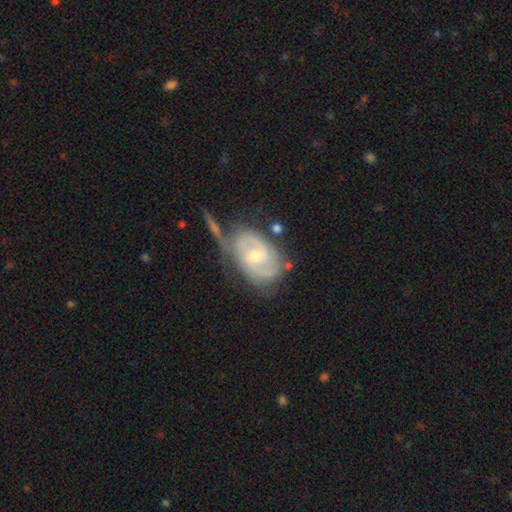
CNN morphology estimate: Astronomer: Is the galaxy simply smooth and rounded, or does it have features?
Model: featured or disk — 80%.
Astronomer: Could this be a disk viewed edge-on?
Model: no — 96%.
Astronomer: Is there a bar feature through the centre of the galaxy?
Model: weak — 45% (runner-up: no, 44%).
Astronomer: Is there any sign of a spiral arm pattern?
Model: yes — 90%.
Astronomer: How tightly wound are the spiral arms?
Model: tight — 47% (runner-up: medium, 39%).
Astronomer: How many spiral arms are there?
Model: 2 — 63%.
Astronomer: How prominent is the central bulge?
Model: moderate — 55% (runner-up: small, 41%).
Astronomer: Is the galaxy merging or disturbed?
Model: none — 45% (runner-up: minor disturbance, 23%).